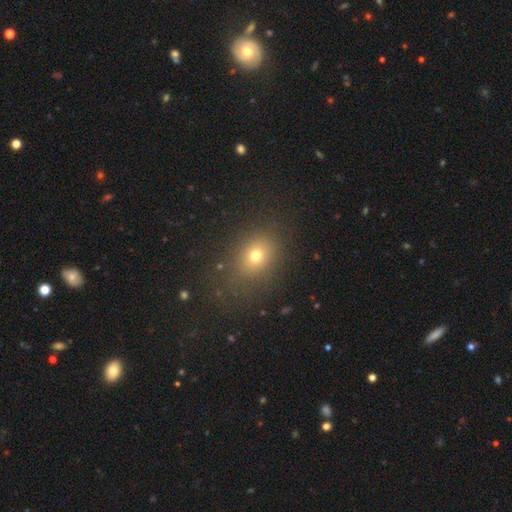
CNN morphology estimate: A smooth galaxy with no disk features (71%) that is in between round and cigar-shaped (53%).

Vote fractions:
- Smooth or featured? smooth: 71% / star or artifact: 18% / featured or disk: 11%
- How rounded? in between: 53% / round: 46% / cigar-shaped: 1%
- Merging? none: 80% / minor disturbance: 12% / major disturbance: 6% / merger: 2%